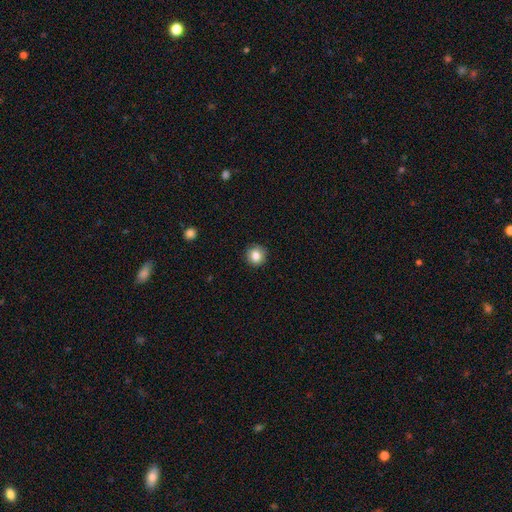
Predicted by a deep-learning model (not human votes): Smooth or featured? Predicted: smooth (p=0.84). How rounded? Predicted: round (p=0.93). Merging? Predicted: none (p=0.91).